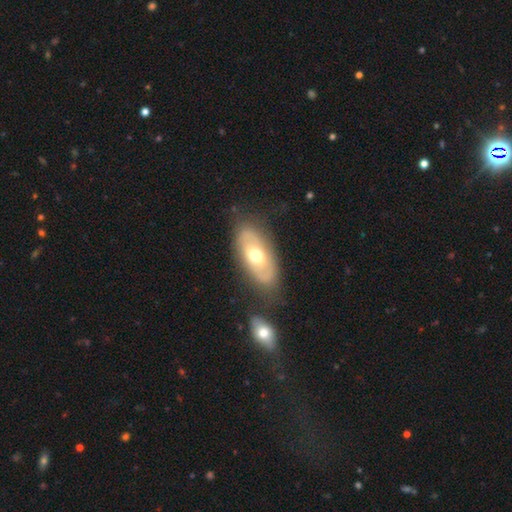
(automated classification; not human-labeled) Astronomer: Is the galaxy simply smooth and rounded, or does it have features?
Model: featured or disk — 51% (runner-up: smooth, 43%).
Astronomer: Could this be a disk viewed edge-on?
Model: no — 86%.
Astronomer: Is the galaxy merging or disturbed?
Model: none — 71%.